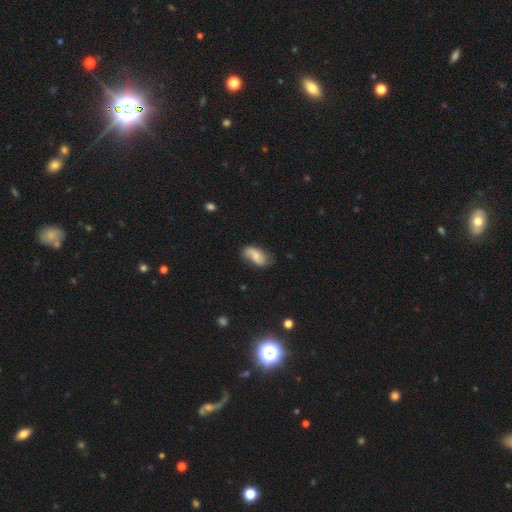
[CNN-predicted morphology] The model was most divided on "smooth or featured": smooth: 55%, featured or disk: 37%, star or artifact: 8%. More confident: how rounded — in between (90%); merging — none (66%).